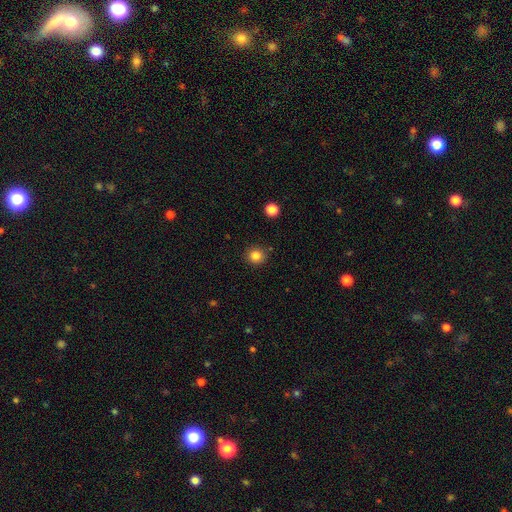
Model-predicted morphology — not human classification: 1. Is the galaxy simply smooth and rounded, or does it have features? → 84% smooth, 12% star or artifact, 4% featured or disk.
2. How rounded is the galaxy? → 91% round, 8% in between, 1% cigar-shaped.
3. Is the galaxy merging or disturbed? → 89% none, 7% minor disturbance, 2% major disturbance, 2% merger.